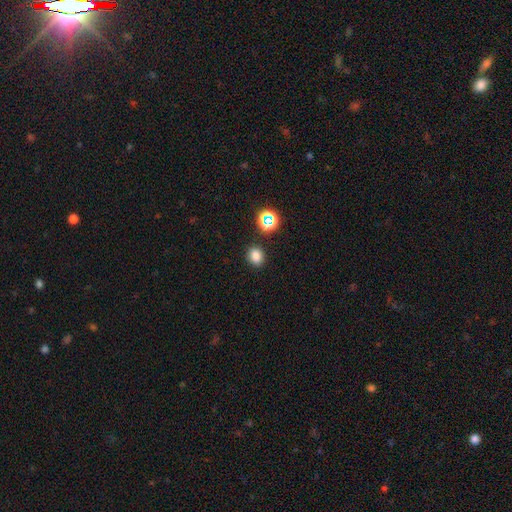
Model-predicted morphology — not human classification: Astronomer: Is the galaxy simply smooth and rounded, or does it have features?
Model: smooth — 78%.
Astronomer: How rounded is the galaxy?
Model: round — 57% (runner-up: in between, 42%).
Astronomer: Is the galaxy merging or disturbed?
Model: none — 86%.